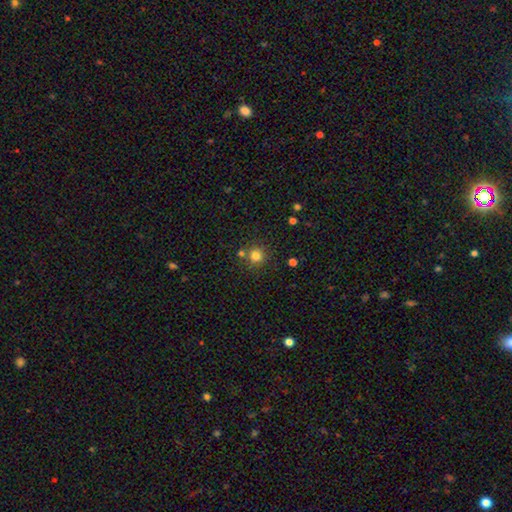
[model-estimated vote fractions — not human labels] This appears to be a smooth galaxy with no disk features (80%) that is round (93%). Merging: none (76%).